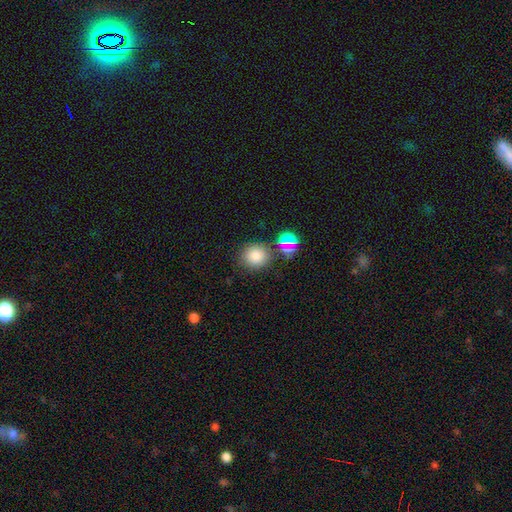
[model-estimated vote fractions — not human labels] The model was most divided on "smooth or featured": smooth: 79%, star or artifact: 15%, featured or disk: 6%. More confident: how rounded — round (85%); merging — none (76%).